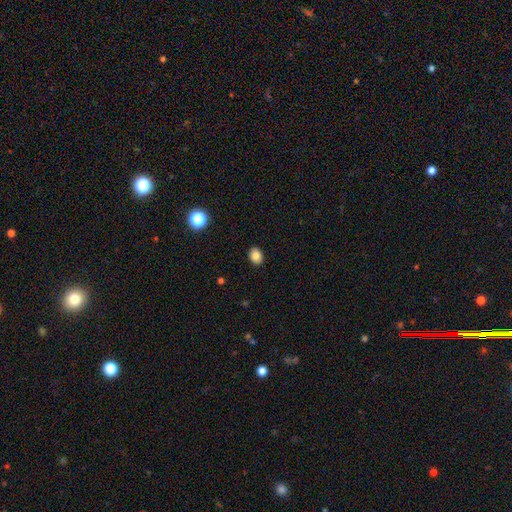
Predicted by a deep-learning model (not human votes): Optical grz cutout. It shows a smooth galaxy with no disk features (83%) that is in between round and cigar-shaped (55%). Merging: none (90%).